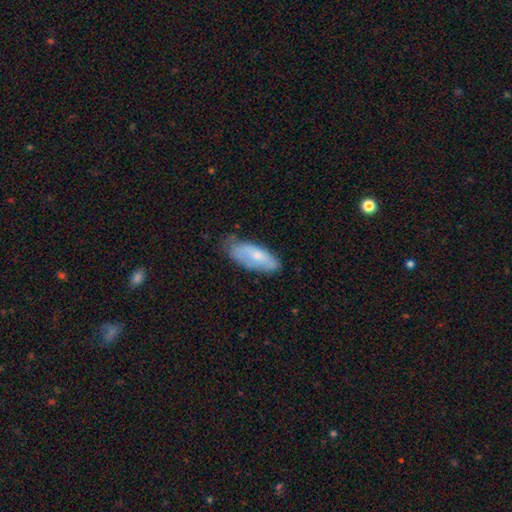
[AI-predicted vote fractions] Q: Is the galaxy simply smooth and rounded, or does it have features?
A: smooth — 67%.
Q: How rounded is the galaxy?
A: in between — 76%.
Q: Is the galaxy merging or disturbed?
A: none — 59%.